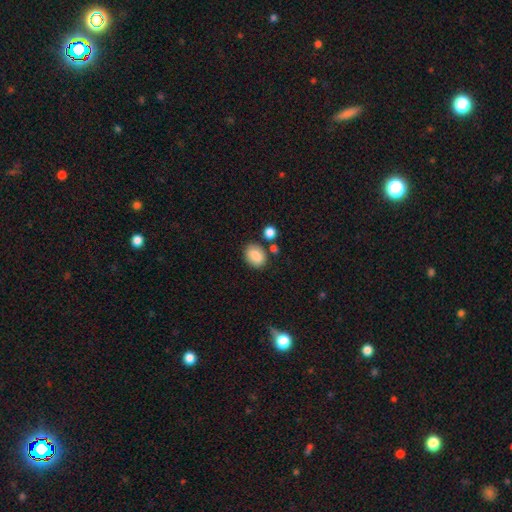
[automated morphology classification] This appears to be a smooth galaxy with no disk features (85%) that is in between round and cigar-shaped (65%). Merging: none (74%).